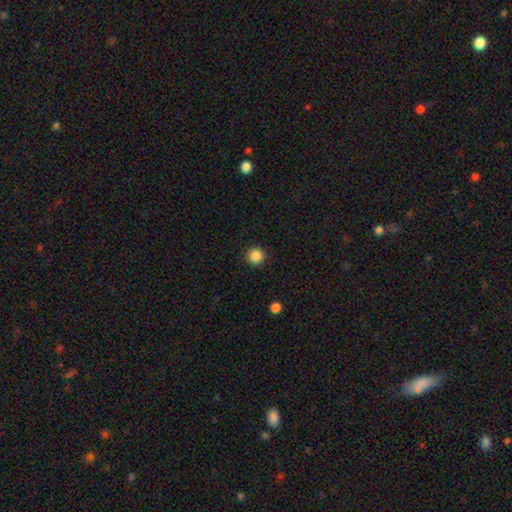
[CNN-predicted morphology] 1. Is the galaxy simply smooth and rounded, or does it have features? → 86% smooth, 11% star or artifact, 3% featured or disk.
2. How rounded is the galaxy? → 95% round, 4% in between, 1% cigar-shaped.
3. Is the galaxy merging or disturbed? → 92% none, 5% minor disturbance, 2% major disturbance, 1% merger.